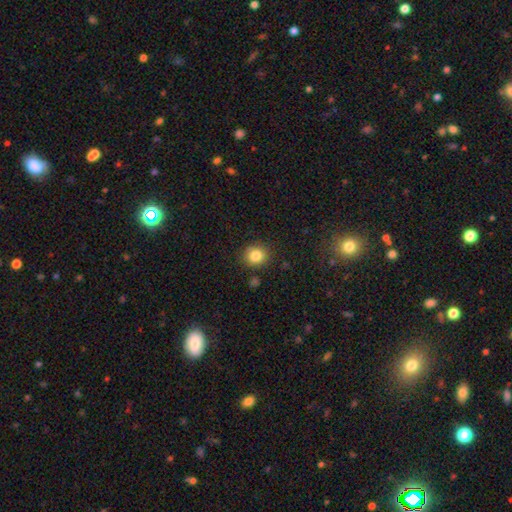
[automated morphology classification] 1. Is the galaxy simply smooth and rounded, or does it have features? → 83% smooth, 11% star or artifact, 6% featured or disk.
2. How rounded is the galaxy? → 80% round, 19% in between, 1% cigar-shaped.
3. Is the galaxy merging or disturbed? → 86% none, 9% minor disturbance, 3% major disturbance, 2% merger.